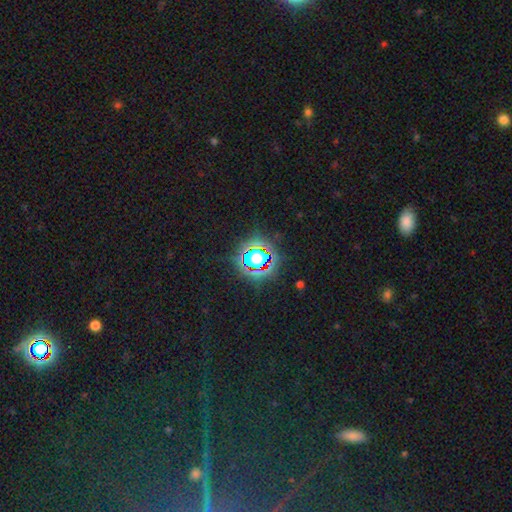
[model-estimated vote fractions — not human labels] This appears to be a star or artifact, not a galaxy (78%).